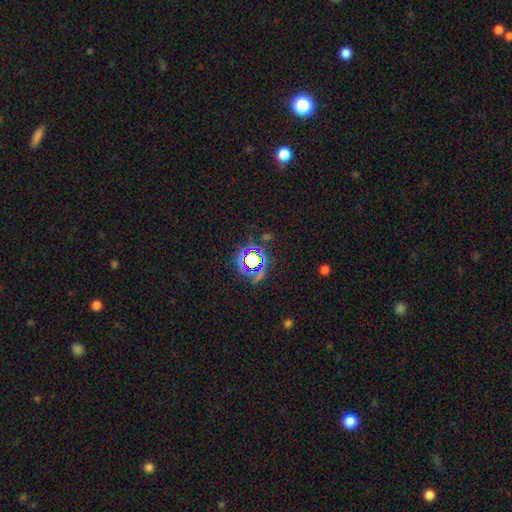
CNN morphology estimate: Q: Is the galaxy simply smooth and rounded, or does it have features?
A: star or artifact — 72%.